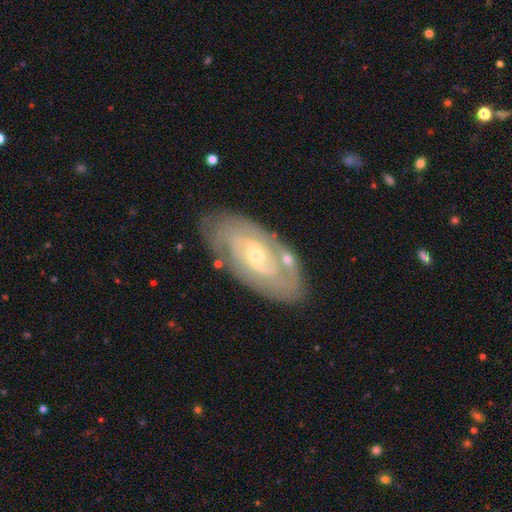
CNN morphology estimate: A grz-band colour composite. It shows a featured or disk galaxy (81%) with no bar (59%), 2 (40%) tight (68%) spiral arms (88%) and a small central bulge (61%). Merging: none (77%).